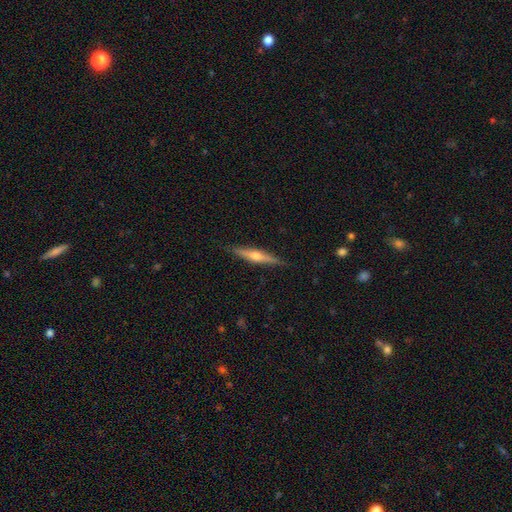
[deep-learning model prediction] Smooth or featured? featured or disk (67%)
Edge-on disk? yes (97%)
Edge-on bulge? rounded (89%)
Merging? none (88%)